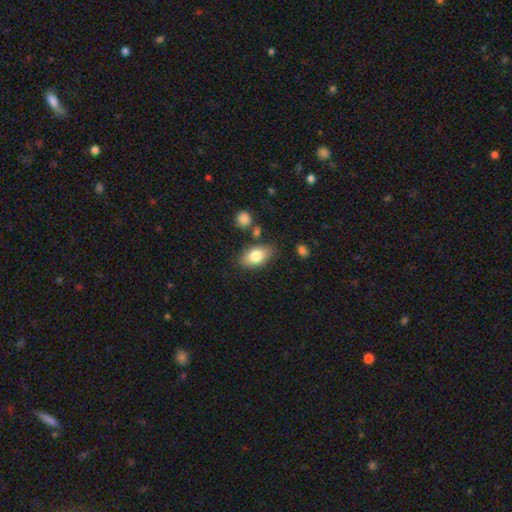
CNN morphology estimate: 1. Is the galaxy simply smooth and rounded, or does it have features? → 80% smooth, 13% featured or disk, 7% star or artifact.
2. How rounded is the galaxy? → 91% in between, 7% round, 3% cigar-shaped.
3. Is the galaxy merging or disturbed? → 77% none, 14% minor disturbance, 6% merger, 3% major disturbance.